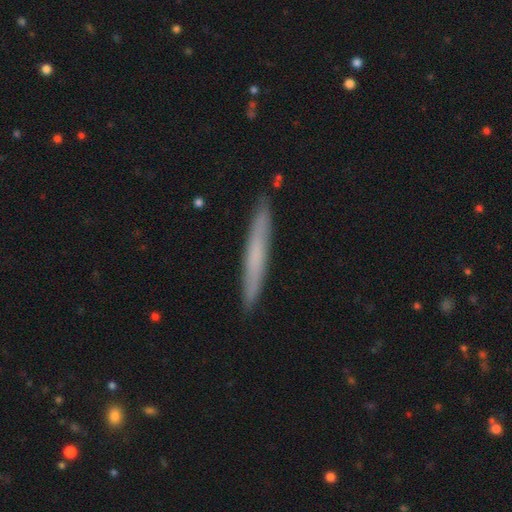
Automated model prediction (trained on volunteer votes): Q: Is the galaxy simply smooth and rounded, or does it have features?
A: smooth — 56%.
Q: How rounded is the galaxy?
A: cigar-shaped — 96%.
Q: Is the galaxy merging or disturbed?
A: none — 90%.